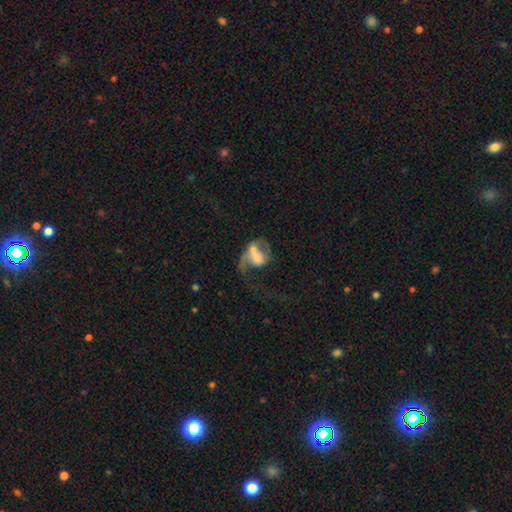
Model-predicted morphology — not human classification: Q: Smooth or featured?
A: featured or disk (59%); runner-up: smooth (32%)
Q: Edge-on disk?
A: no (97%); runner-up: yes (3%)
Q: Bar?
A: no (64%); runner-up: weak (28%)
Q: Spiral arms?
A: yes (66%); runner-up: no (34%)
Q: Bulge size?
A: moderate (38%); runner-up: small (27%)
Q: Merging?
A: merger (37%); runner-up: major disturbance (35%)